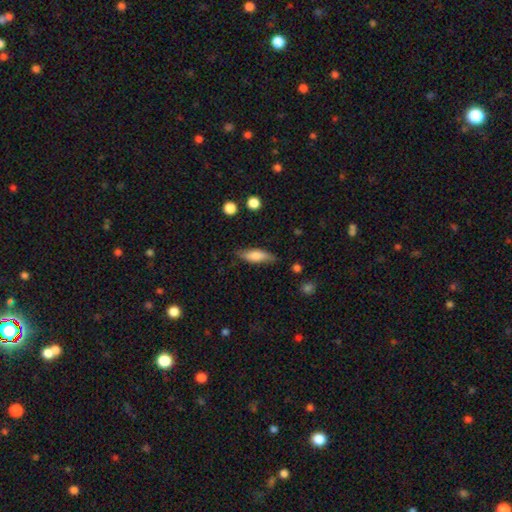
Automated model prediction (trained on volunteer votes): Smooth or featured? Predicted: smooth (p=0.75). How rounded? Predicted: in between (p=0.57). Merging? Predicted: none (p=0.77).